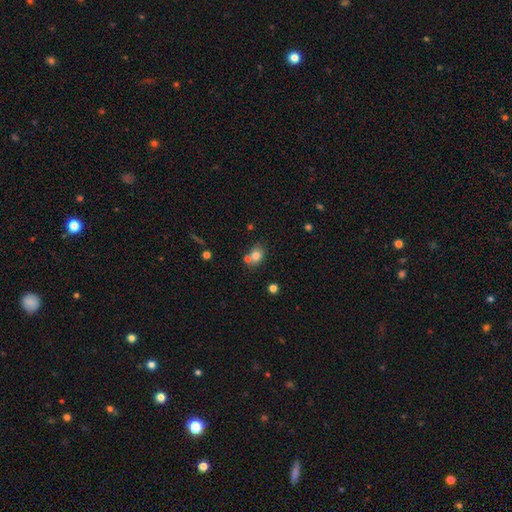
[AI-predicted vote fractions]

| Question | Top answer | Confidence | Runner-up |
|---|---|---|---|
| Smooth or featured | smooth | 77% | star or artifact (12%) |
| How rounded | round | 53% | in between (46%) |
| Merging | none | 57% | merger (28%) |